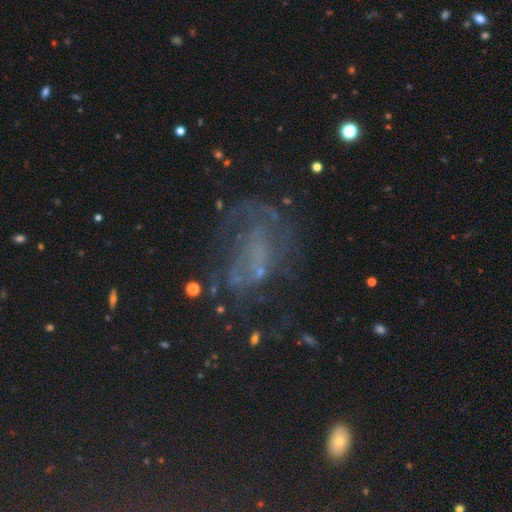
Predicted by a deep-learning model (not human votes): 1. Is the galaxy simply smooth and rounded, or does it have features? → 43% featured or disk, 35% star or artifact, 22% smooth.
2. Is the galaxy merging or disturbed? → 39% none, 36% major disturbance, 19% minor disturbance, 5% merger.